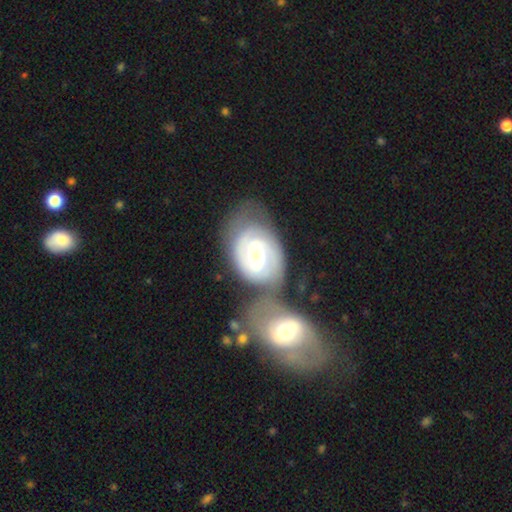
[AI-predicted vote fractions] smooth_or_featured: featured or disk (p=0.85) [alt: smooth p=0.11]
disk_edge_on: no (p=0.97) [alt: yes p=0.03]
bar: weak (p=0.50) [alt: no p=0.31]
has_spiral_arms: yes (p=0.96) [alt: no p=0.04]
spiral_winding: tight (p=0.60) [alt: medium p=0.33]
spiral_arm_count: 2 (p=0.76) [alt: can't tell p=0.11]
bulge_size: moderate (p=0.63) [alt: small p=0.28]
merging: merger (p=0.41) [alt: none p=0.38]